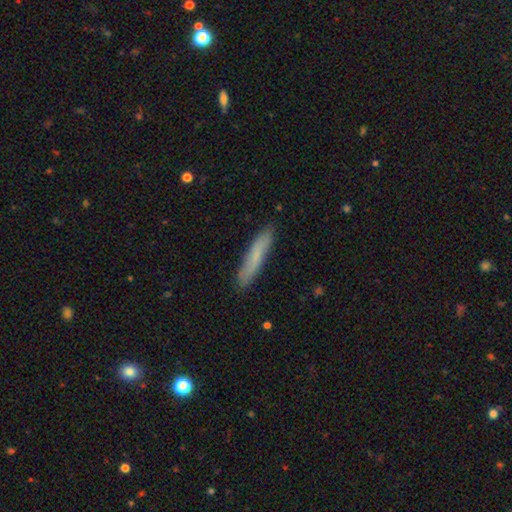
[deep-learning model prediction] Smooth or featured? smooth (72%)
How rounded? cigar-shaped (91%)
Merging? none (87%)